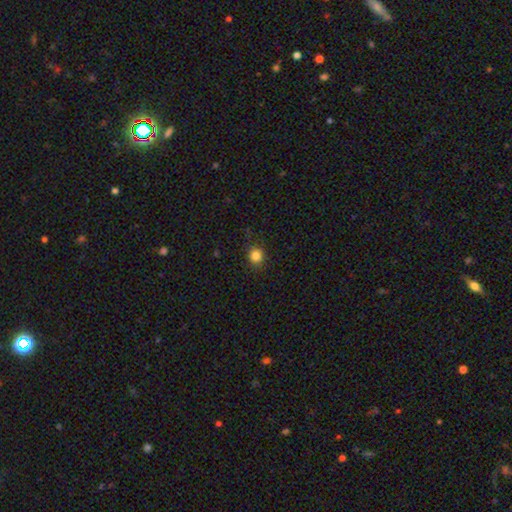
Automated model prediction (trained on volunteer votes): A smooth galaxy with no disk features (83%) that is round (85%). Merging: none (88%).